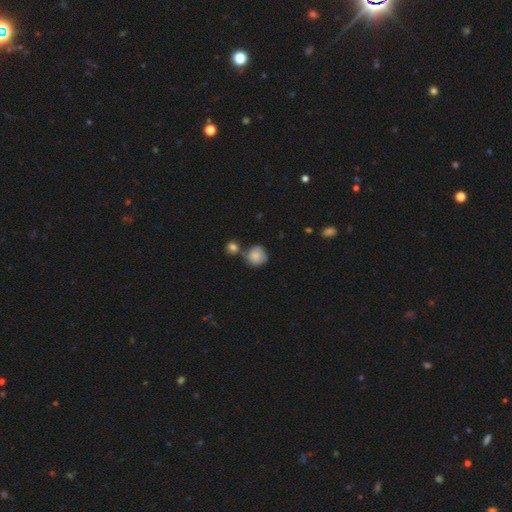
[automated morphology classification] Smooth or featured? smooth (83%)
How rounded? round (89%)
Merging? none (57%)